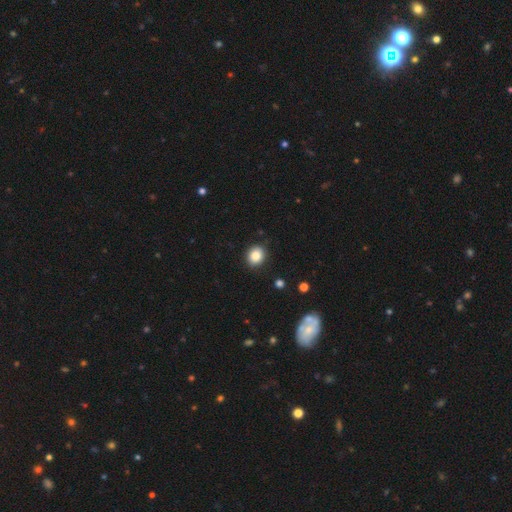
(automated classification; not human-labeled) This appears to be a smooth galaxy with no disk features (85%) that is round (66%). Merging: none (87%).